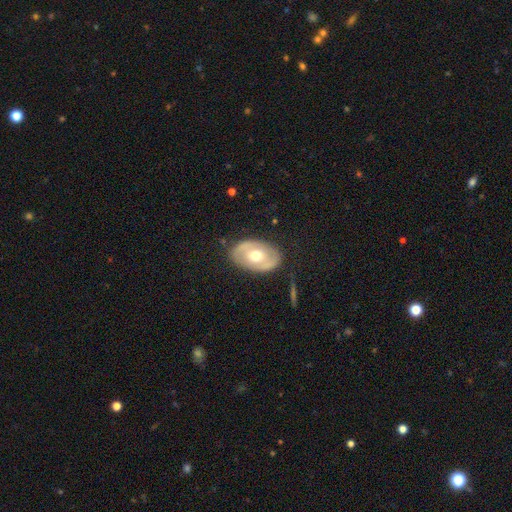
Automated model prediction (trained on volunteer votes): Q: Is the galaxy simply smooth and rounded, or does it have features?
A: featured or disk — 55%.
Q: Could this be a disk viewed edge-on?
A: no — 91%.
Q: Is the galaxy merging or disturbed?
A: none — 82%.